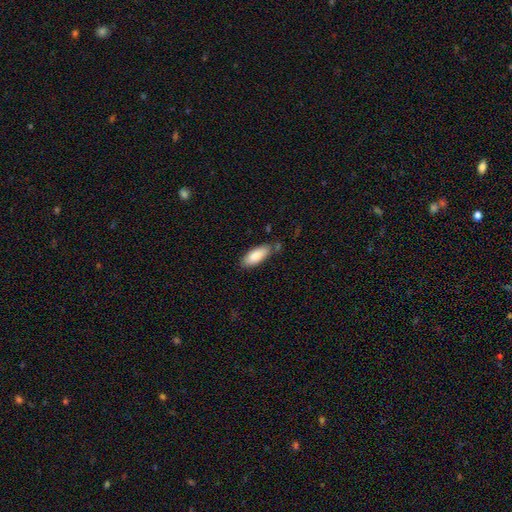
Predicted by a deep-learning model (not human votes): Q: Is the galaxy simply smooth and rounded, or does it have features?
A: smooth — 86%.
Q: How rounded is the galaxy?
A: in between — 78%.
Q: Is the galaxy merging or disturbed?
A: none — 72%.